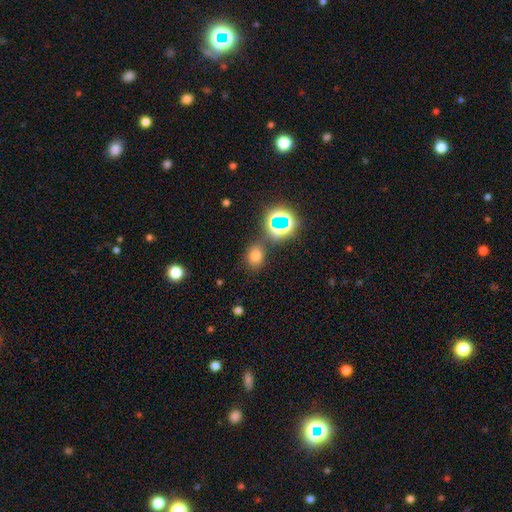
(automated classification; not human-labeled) Smooth or featured? smooth (68%)
How rounded? in between (50%)
Merging? none (73%)